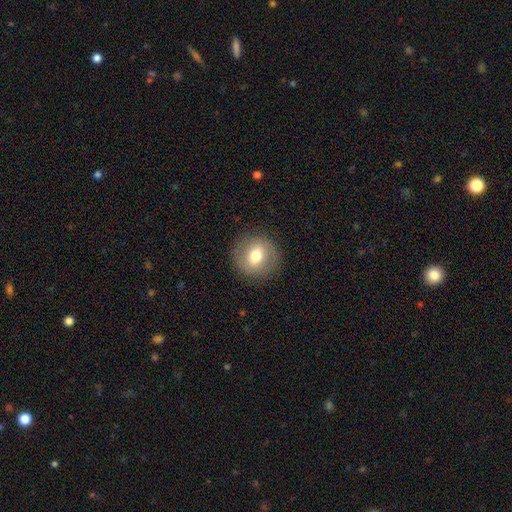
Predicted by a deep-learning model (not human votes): Smooth or featured? smooth (68%)
How rounded? round (87%)
Merging? none (88%)